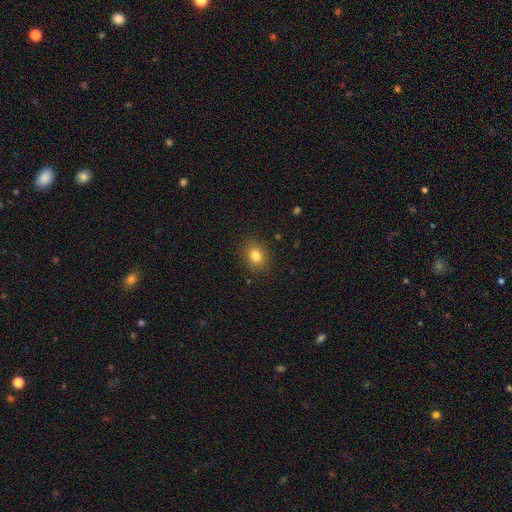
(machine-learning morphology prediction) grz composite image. It shows a smooth galaxy with no disk features (81%) that is round (60%). Merging: none (88%).